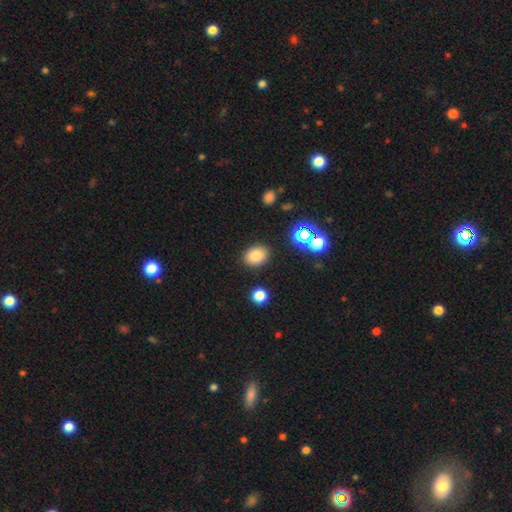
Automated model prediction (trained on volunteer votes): Smooth or featured? Predicted: smooth (p=0.80). How rounded? Predicted: in between (p=0.62). Merging? Predicted: none (p=0.86).